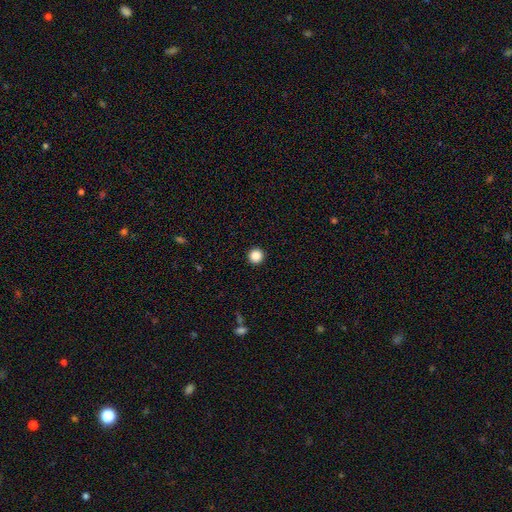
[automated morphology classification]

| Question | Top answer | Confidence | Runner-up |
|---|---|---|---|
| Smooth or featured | smooth | 87% | star or artifact (10%) |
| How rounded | round | 96% | in between (3%) |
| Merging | none | 94% | minor disturbance (4%) |